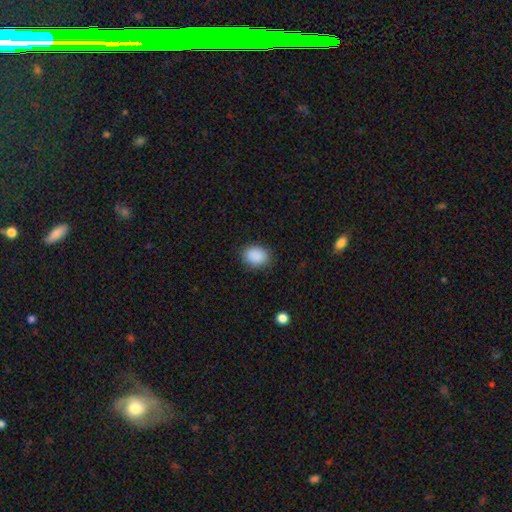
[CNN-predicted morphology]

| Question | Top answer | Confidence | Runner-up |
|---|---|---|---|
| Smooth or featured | smooth | 89% | star or artifact (8%) |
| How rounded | in between | 57% | round (43%) |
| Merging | none | 84% | minor disturbance (12%) |